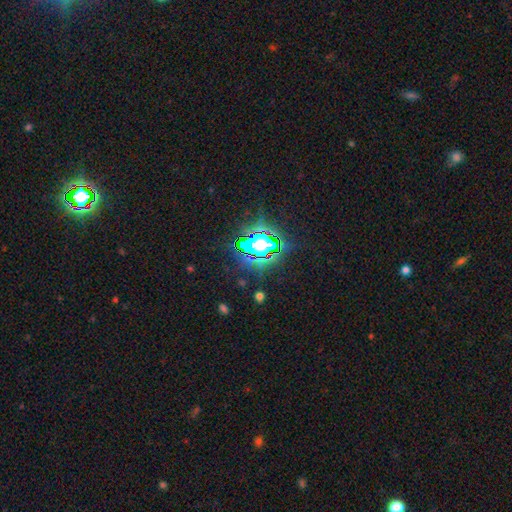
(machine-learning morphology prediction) Smooth or featured?
  - star or artifact: 71% *
  - smooth: 18%
  - featured or disk: 12%